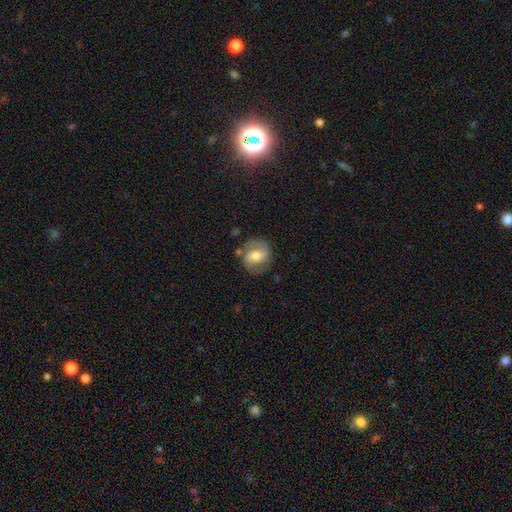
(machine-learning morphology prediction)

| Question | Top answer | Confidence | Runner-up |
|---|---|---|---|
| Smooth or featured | featured or disk | 59% | smooth (34%) |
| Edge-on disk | no | 96% | yes (4%) |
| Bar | weak | 40% | strong (34%) |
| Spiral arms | yes | 79% | no (21%) |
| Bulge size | moderate | 64% | small (22%) |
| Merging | none | 73% | minor disturbance (16%) |